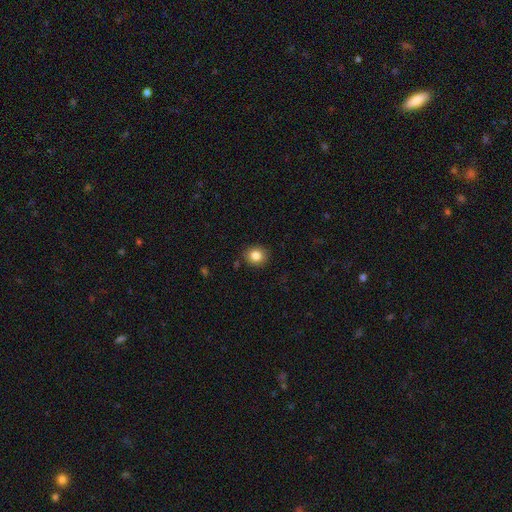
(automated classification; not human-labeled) Smooth or featured?
  - smooth: 84% *
  - star or artifact: 10%
  - featured or disk: 6%
How rounded?
  - round: 80% *
  - in between: 19%
  - cigar-shaped: 1%
Merging?
  - none: 89% *
  - minor disturbance: 8%
  - major disturbance: 2%
  - merger: 1%